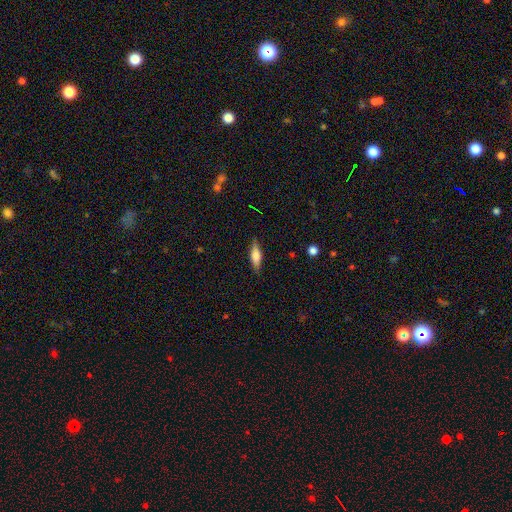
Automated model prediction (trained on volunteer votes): A smooth galaxy with no disk features (62%) that is in between round and cigar-shaped (50%). Merging: none (84%).